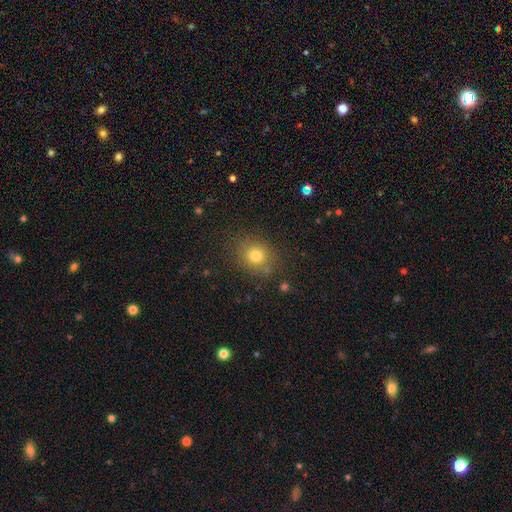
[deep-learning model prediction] A smooth galaxy with no disk features (76%) that is round (74%). Merging: none (81%).